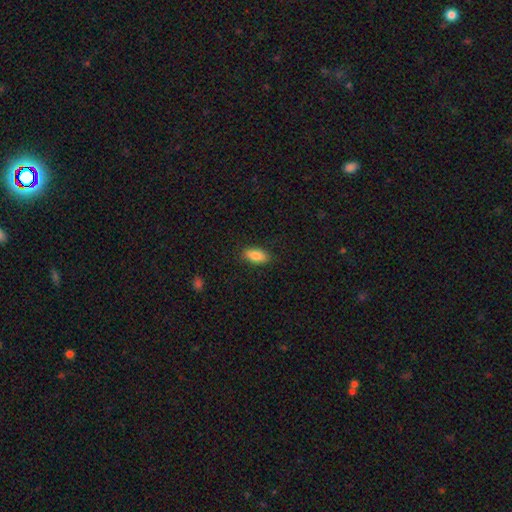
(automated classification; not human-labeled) Overall: smooth (85%). How rounded: in between (87%). Merging: none (87%).